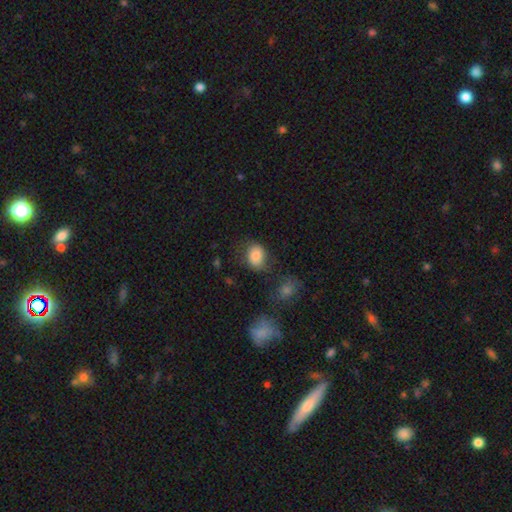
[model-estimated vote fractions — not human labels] A smooth galaxy with no disk features (82%) that is in between round and cigar-shaped (59%). Merging: none (65%).